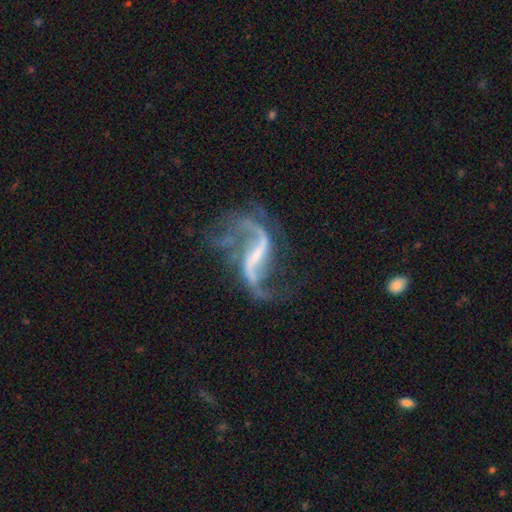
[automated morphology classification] Smooth or featured? Predicted: featured or disk (p=0.91). Edge-on disk? Predicted: no (p=0.97). Bar? Predicted: strong (p=0.45). Spiral arms? Predicted: yes (p=0.96). Spiral winding? Predicted: loose (p=0.86). Spiral arm count? Predicted: 2 (p=0.88). Bulge size? Predicted: small (p=0.62). Merging? Predicted: none (p=0.54).